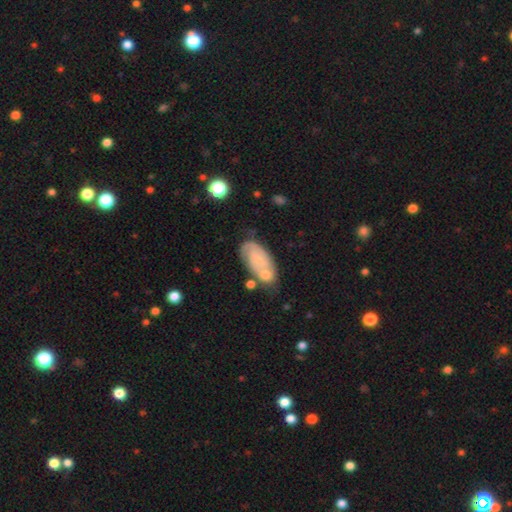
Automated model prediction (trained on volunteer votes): Morphology: type=featured or disk (65%); edge-on=no (96%); bar=no (68%); spiral arms=yes (89%); winding=tight (53%); arm count=2 (55%); bulge=small (57%); merging=none (47%).